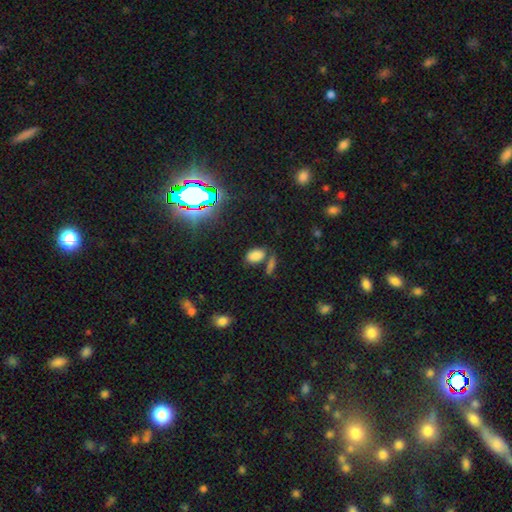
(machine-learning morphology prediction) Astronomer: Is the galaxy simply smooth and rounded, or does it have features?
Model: smooth — 78%.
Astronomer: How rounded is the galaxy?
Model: in between — 91%.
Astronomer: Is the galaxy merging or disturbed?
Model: none — 64%.